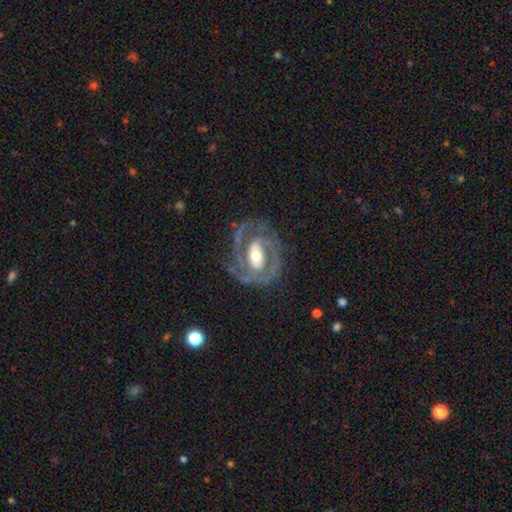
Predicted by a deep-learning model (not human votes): smooth-or-featured: featured or disk: 90% | smooth: 6% | star or artifact: 4%
  disk-edge-on: no: 97% | yes: 3%
    bar: strong: 38% | weak: 35% | no: 27%
    has-spiral-arms: yes: 95% | no: 5%
      spiral-winding: tight: 53% | medium: 39% | loose: 8%
      spiral-arm-count: 2: 65% | 3: 17% | can't tell: 8% | 1: 4% | 4: 3% | more than 4: 3%
    bulge-size: moderate: 66% | small: 17% | large: 15% | dominant: 1% | none: 1%
  merging: none: 74% | minor disturbance: 16% | major disturbance: 8% | merger: 1%